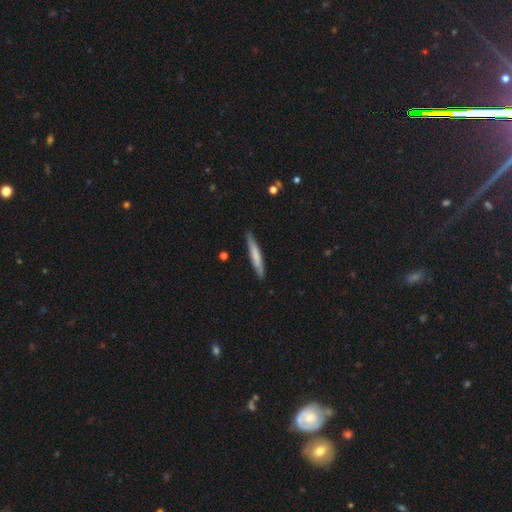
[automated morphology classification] smooth-or-featured: smooth: 65% | featured or disk: 30% | star or artifact: 5%
  how-rounded: cigar-shaped: 95% | in between: 4% | round: 1%
  merging: none: 87% | minor disturbance: 10% | major disturbance: 2% | merger: 1%